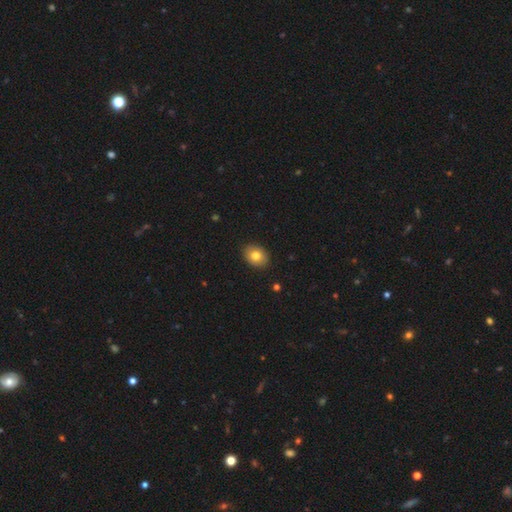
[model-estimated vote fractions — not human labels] Morphology: type=smooth (79%); roundness=in between (62%); merging=none (89%).